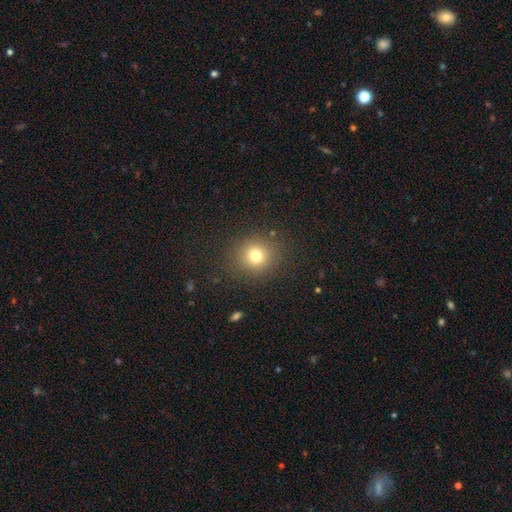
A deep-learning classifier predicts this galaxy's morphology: smooth 76%, star or artifact 15%, featured or disk 8%. Down the decision tree: how rounded — round (89%); merging — none (88%).